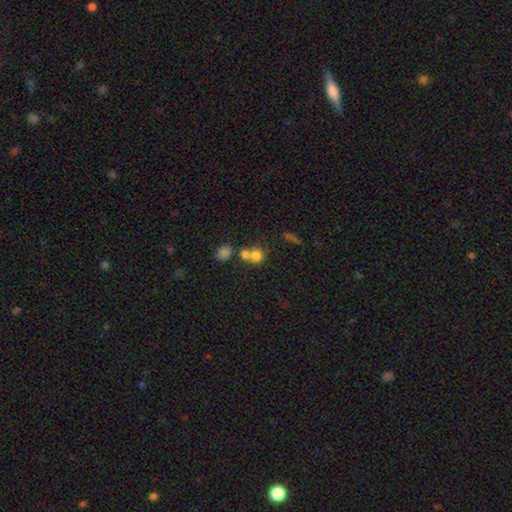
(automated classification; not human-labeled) Smooth or featured? smooth (76%)
How rounded? round (81%)
Merging? merger (52%)